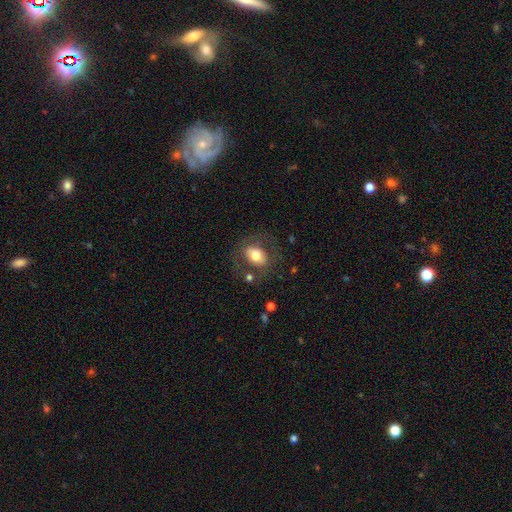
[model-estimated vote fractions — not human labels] Smooth or featured?
  - smooth: 64% *
  - featured or disk: 28%
  - star or artifact: 8%
How rounded?
  - in between: 66% *
  - round: 33%
  - cigar-shaped: 1%
Merging?
  - none: 68% *
  - minor disturbance: 16%
  - major disturbance: 12%
  - merger: 4%